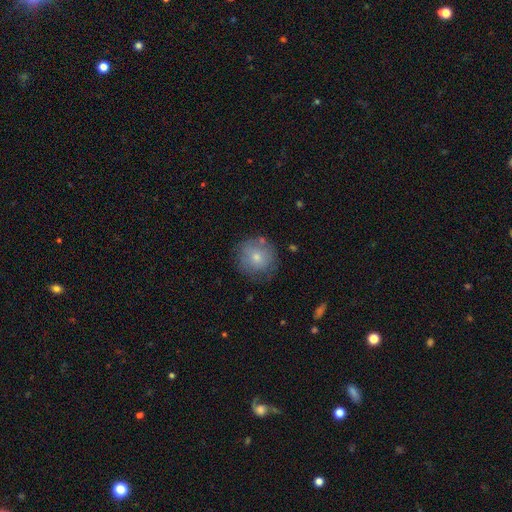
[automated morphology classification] Smooth or featured? smooth (71%)
How rounded? round (92%)
Merging? none (72%)